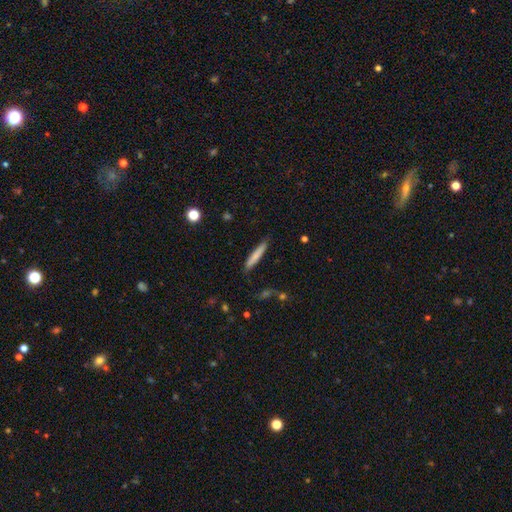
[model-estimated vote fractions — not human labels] Smooth or featured? smooth (76%)
How rounded? cigar-shaped (94%)
Merging? none (85%)